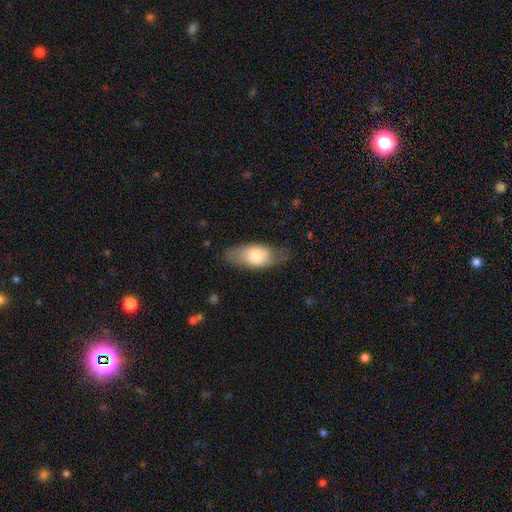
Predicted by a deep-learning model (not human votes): Q: Smooth or featured?
A: smooth (73%); runner-up: featured or disk (21%)
Q: How rounded?
A: in between (86%); runner-up: cigar-shaped (9%)
Q: Merging?
A: none (63%); runner-up: minor disturbance (27%)